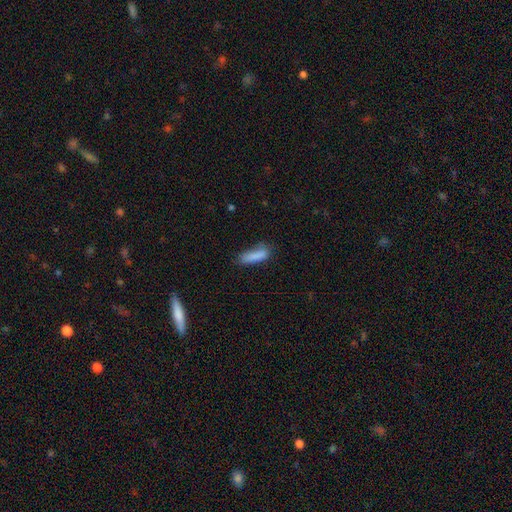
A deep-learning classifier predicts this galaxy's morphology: Q: Smooth or featured?
A: smooth (85%); runner-up: star or artifact (8%)
Q: How rounded?
A: cigar-shaped (57%); runner-up: in between (41%)
Q: Merging?
A: none (61%); runner-up: minor disturbance (26%)